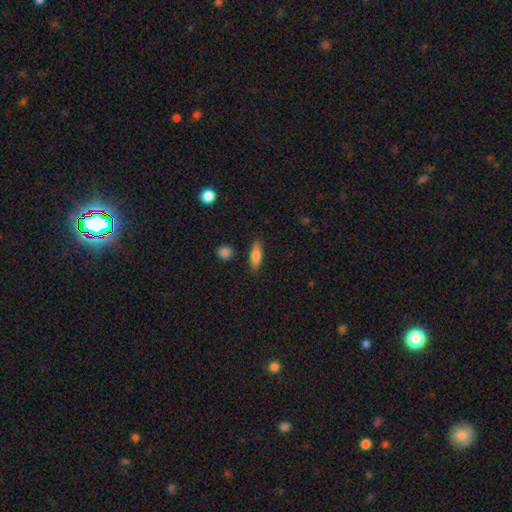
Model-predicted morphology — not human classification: smooth 77%, featured or disk 16%, star or artifact 7%. Down the decision tree: how rounded — in between (57%); merging — none (84%).